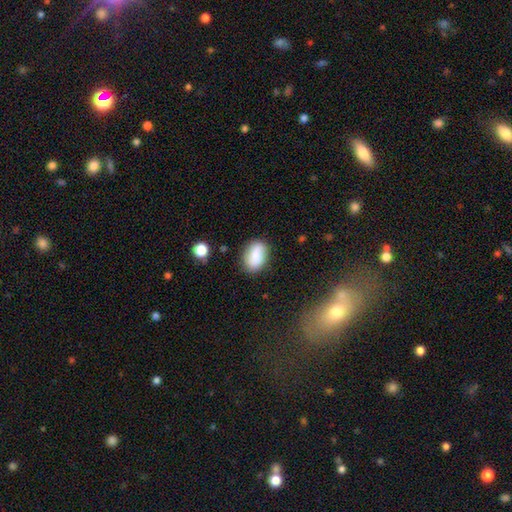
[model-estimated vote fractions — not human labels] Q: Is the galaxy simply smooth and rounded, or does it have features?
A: smooth — 81%.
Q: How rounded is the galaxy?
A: in between — 84%.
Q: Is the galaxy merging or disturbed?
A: none — 76%.